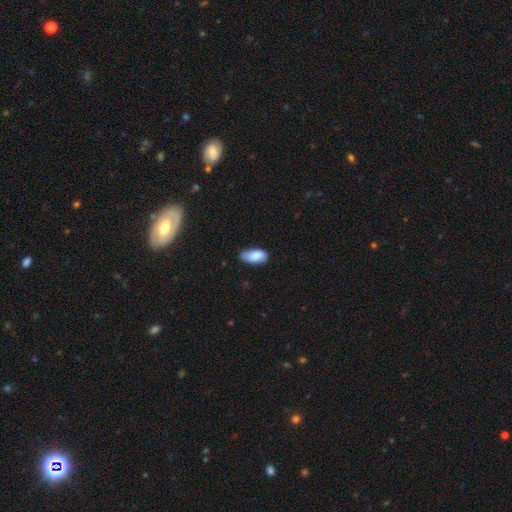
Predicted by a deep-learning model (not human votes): Smooth or featured?
  - smooth: 83% *
  - featured or disk: 10%
  - star or artifact: 7%
How rounded?
  - in between: 92% *
  - cigar-shaped: 5%
  - round: 3%
Merging?
  - none: 59% *
  - minor disturbance: 33%
  - major disturbance: 5%
  - merger: 2%